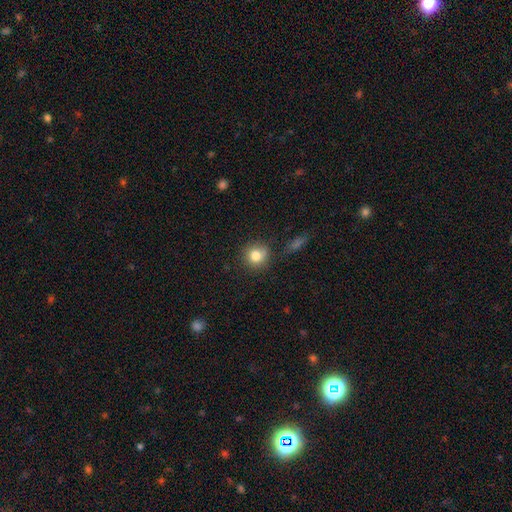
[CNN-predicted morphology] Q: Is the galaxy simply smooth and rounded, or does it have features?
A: smooth — 81%.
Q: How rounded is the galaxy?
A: round — 87%.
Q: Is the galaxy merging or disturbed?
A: none — 79%.